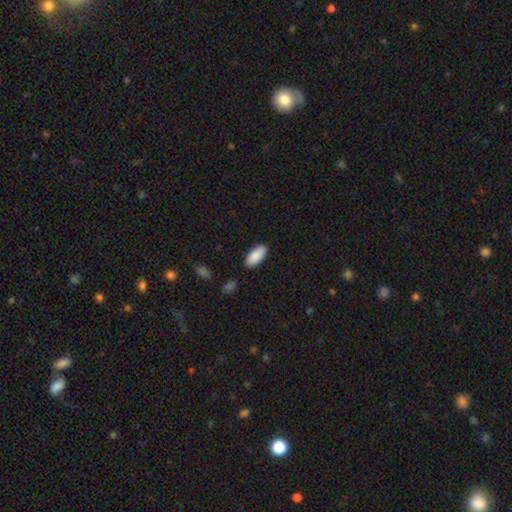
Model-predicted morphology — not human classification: smooth 89%, star or artifact 6%, featured or disk 5%. Down the decision tree: how rounded — in between (89%); merging — none (87%).